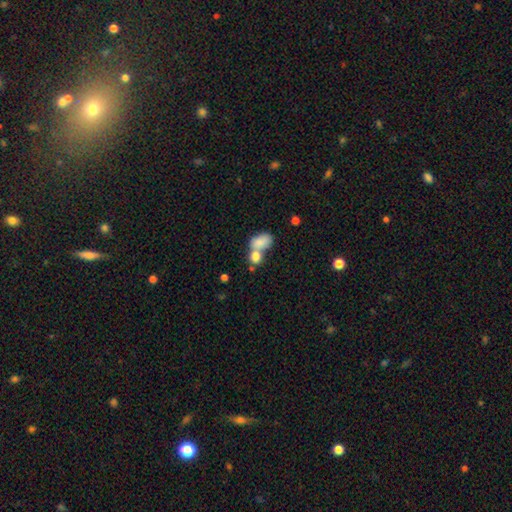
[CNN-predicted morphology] Smooth or featured? Predicted: smooth (p=0.81). How rounded? Predicted: in between (p=0.72). Merging? Predicted: merger (p=0.61).